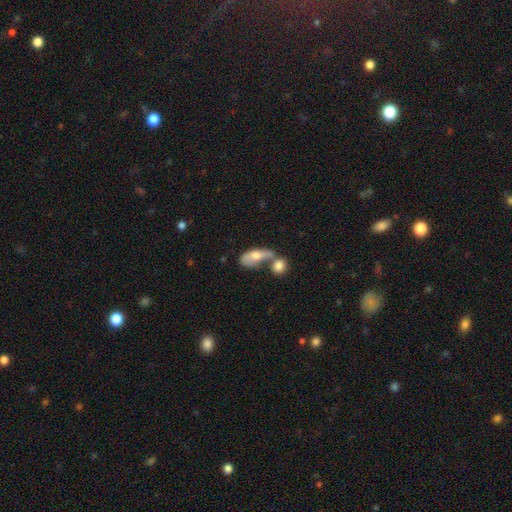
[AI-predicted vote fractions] The model was most divided on "merging": merger: 54%, none: 25%, minor disturbance: 12%, major disturbance: 9%. More confident: how rounded — in between (76%); smooth or featured — smooth (64%).